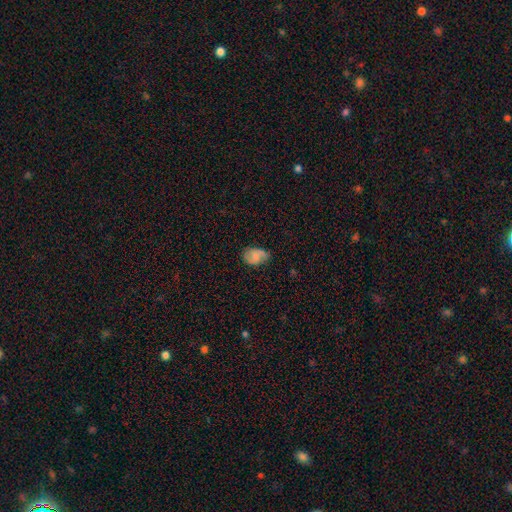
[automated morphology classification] The model was most divided on "smooth or featured": smooth: 53%, featured or disk: 38%, star or artifact: 9%. More confident: how rounded — in between (77%); merging — none (62%).